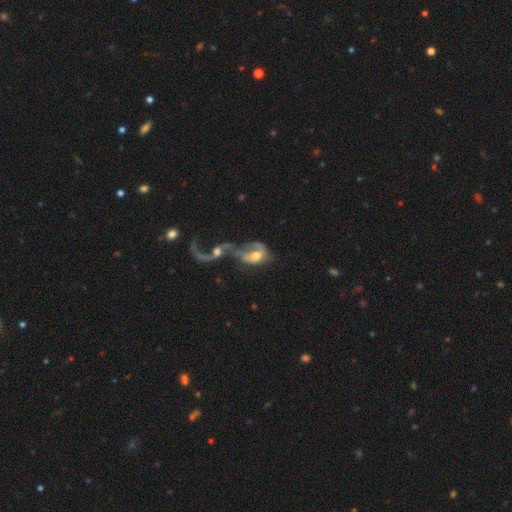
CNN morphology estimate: type=featured or disk (56%); edge-on=no (95%); bar=no (64%); spiral arms=yes (58%); bulge=moderate (58%); merging=merger (72%).